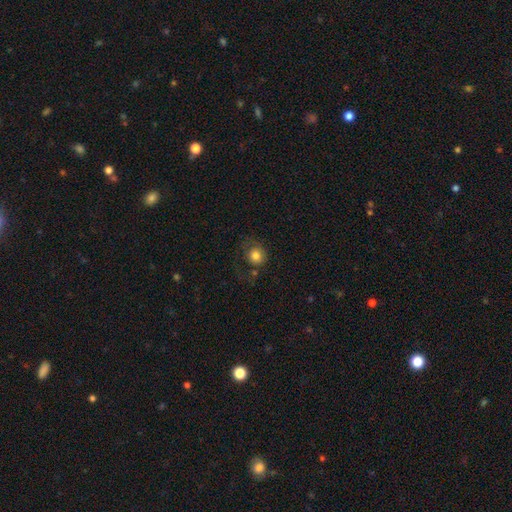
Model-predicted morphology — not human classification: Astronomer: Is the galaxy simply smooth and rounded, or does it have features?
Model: smooth — 79%.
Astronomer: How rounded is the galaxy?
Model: round — 85%.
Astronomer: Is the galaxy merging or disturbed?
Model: none — 56%.